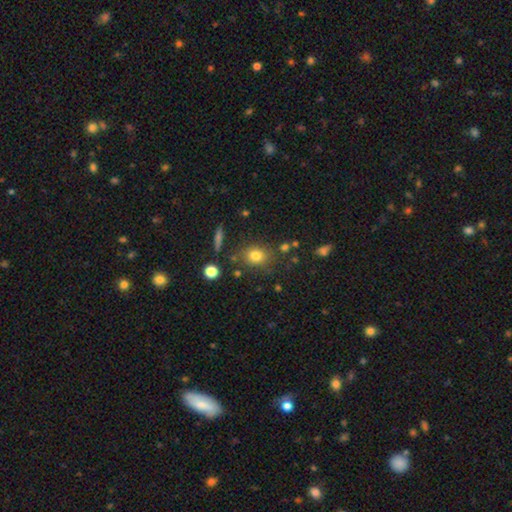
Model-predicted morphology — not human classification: Smooth or featured? Predicted: smooth (p=0.78). How rounded? Predicted: round (p=0.62). Merging? Predicted: none (p=0.78).